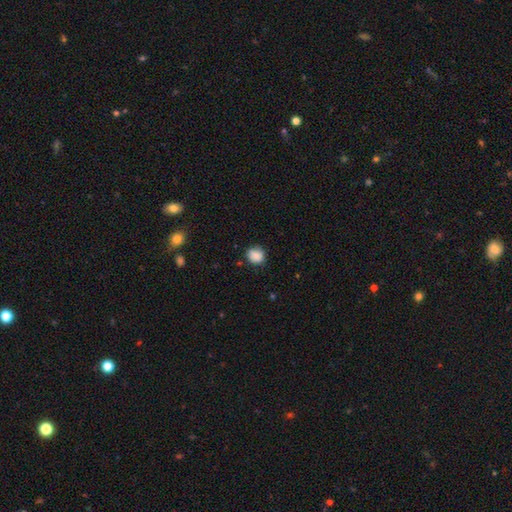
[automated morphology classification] Smooth or featured? Predicted: smooth (p=0.86). How rounded? Predicted: round (p=0.73). Merging? Predicted: none (p=0.72).